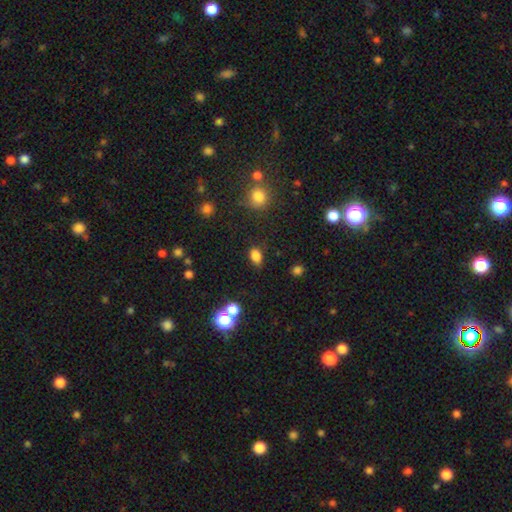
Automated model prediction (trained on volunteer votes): Smooth or featured: smooth — 82% (star or artifact — 13%)
How rounded: in between — 80% (round — 18%)
Merging: none — 76% (minor disturbance — 16%)